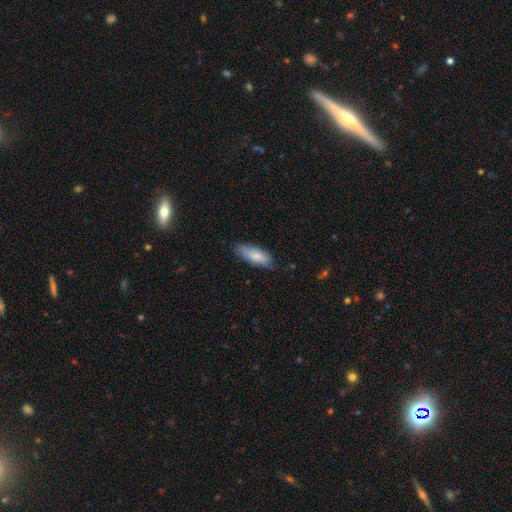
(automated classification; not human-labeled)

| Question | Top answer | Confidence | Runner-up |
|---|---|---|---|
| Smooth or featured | smooth | 80% | featured or disk (14%) |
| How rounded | in between | 72% | cigar-shaped (26%) |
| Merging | none | 69% | minor disturbance (25%) |